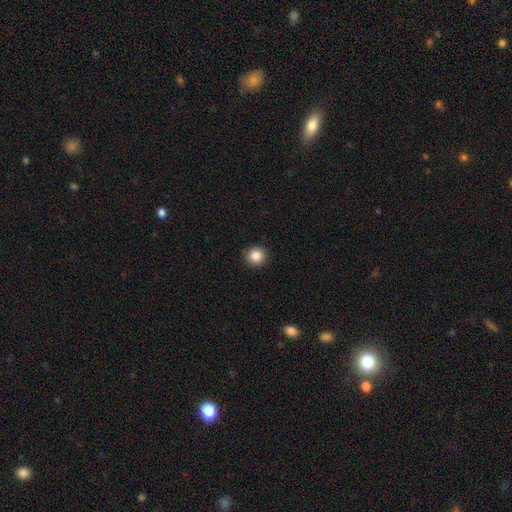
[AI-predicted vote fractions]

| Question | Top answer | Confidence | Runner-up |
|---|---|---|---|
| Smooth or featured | smooth | 86% | star or artifact (10%) |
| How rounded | round | 93% | in between (6%) |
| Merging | none | 91% | minor disturbance (6%) |